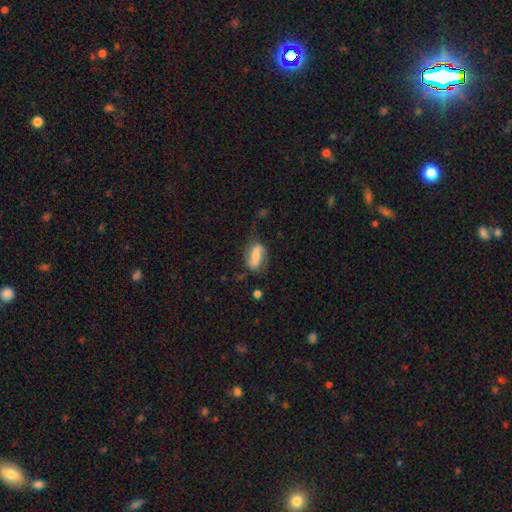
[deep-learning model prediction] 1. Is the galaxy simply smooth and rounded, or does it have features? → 56% smooth, 36% featured or disk, 9% star or artifact.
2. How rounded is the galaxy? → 79% in between, 15% cigar-shaped, 6% round.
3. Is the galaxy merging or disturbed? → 53% none, 28% minor disturbance, 15% major disturbance, 4% merger.